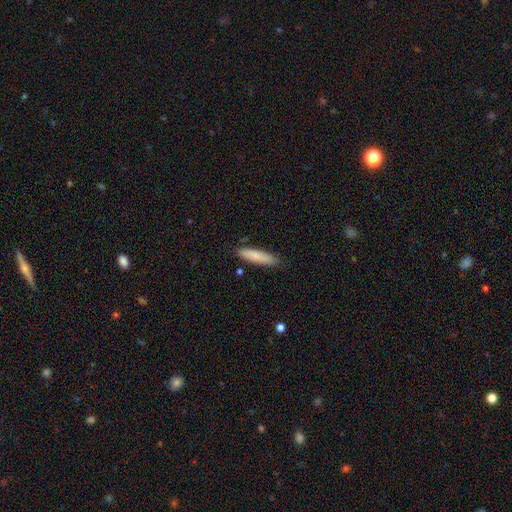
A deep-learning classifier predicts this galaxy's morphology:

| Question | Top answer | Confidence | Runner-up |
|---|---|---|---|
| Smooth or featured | smooth | 82% | featured or disk (12%) |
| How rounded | cigar-shaped | 77% | in between (21%) |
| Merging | none | 84% | minor disturbance (12%) |